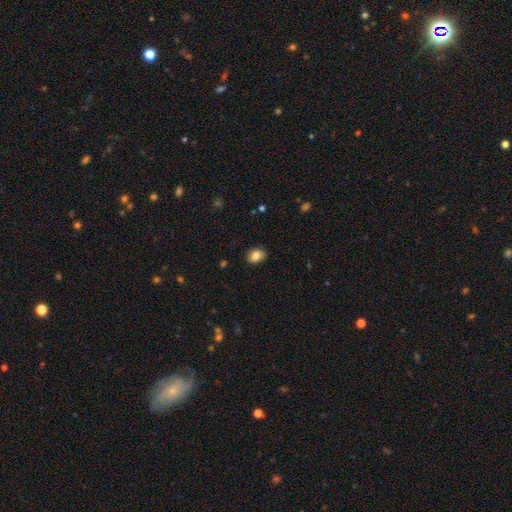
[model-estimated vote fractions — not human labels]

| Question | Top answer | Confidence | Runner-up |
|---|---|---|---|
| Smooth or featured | smooth | 83% | featured or disk (9%) |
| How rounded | in between | 58% | round (41%) |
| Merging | none | 85% | minor disturbance (12%) |